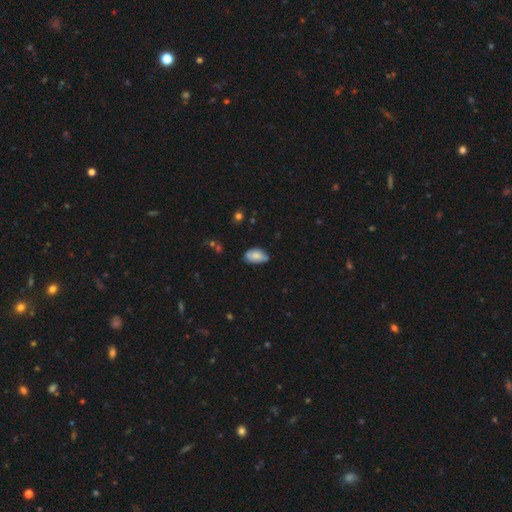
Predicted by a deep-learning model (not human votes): Smooth or featured? Predicted: smooth (p=0.75). How rounded? Predicted: in between (p=0.93). Merging? Predicted: none (p=0.66).